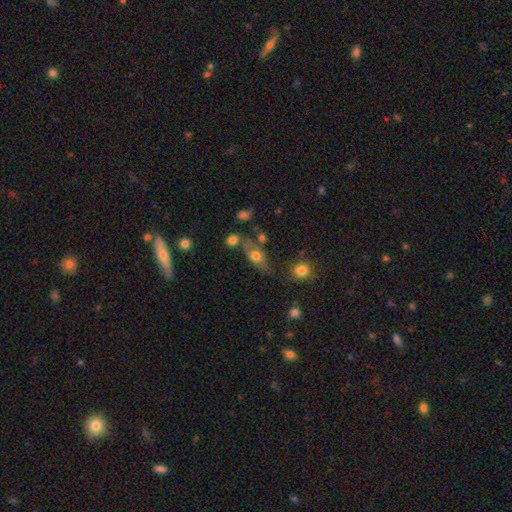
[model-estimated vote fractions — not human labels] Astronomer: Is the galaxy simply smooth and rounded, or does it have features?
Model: smooth — 66%.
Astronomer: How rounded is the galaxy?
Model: in between — 73%.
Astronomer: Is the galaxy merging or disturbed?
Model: none — 54%.